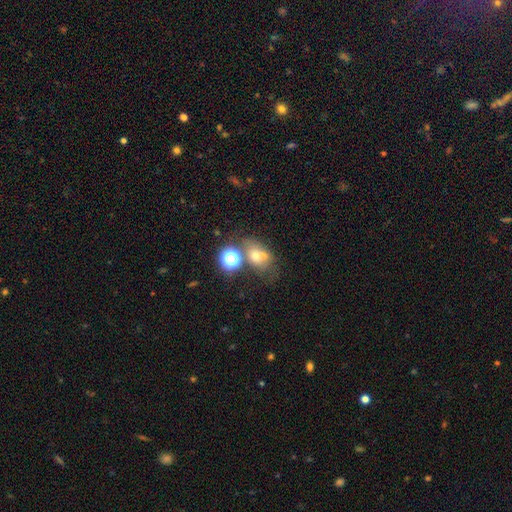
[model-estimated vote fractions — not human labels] Smooth or featured: smooth — 57% (featured or disk — 23%)
How rounded: round — 54% (in between — 45%)
Merging: merger — 46% (none — 35%)